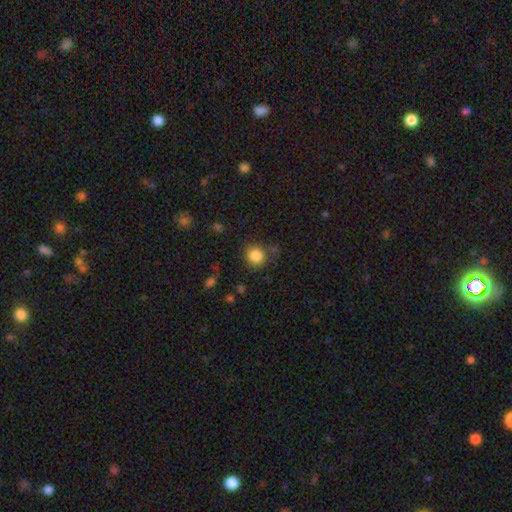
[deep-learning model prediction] Smooth or featured: smooth — 86% (star or artifact — 10%)
How rounded: round — 89% (in between — 10%)
Merging: none — 77% (minor disturbance — 14%)